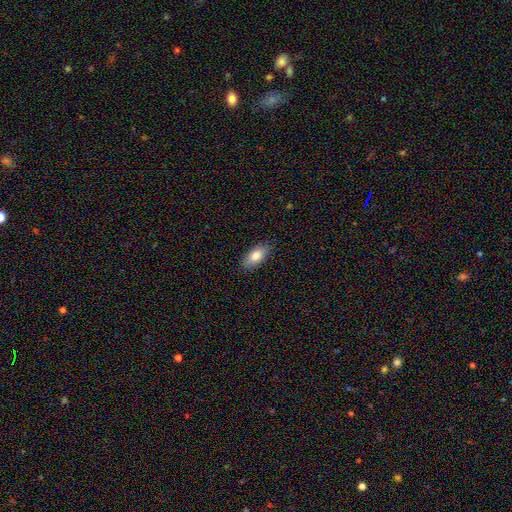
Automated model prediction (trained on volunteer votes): This is clearly a smooth galaxy (81%). How rounded: clearly in between (89%). Merging: clearly none (86%).